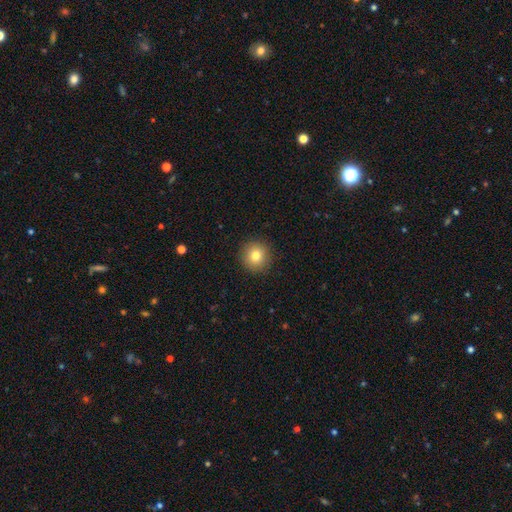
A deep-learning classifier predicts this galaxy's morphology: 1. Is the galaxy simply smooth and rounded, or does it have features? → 80% smooth, 11% star or artifact, 9% featured or disk.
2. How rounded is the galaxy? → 94% round, 5% in between, 1% cigar-shaped.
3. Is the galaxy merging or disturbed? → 92% none, 5% minor disturbance, 2% major disturbance, 1% merger.